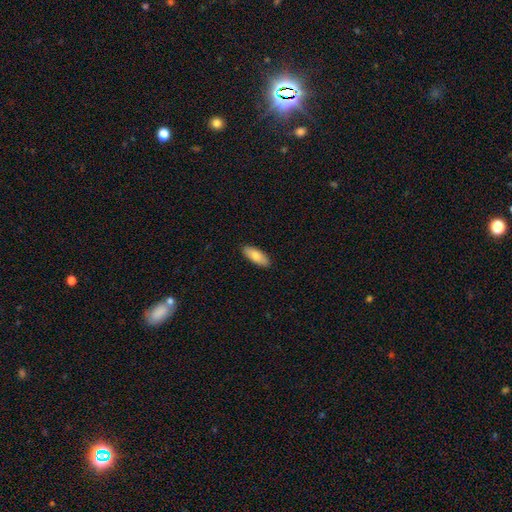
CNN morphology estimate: type=smooth (81%); roundness=in between (77%); merging=none (90%).